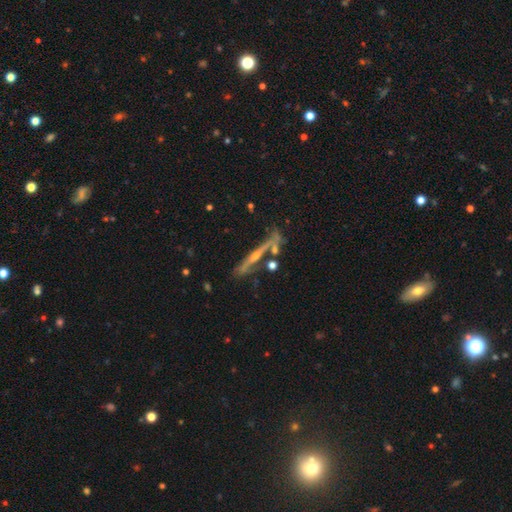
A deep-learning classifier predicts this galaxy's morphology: This appears to be a featured or disk galaxy (75%) viewed edge-on (93%) with a rounded central bulge (71%). Merging: none (66%).